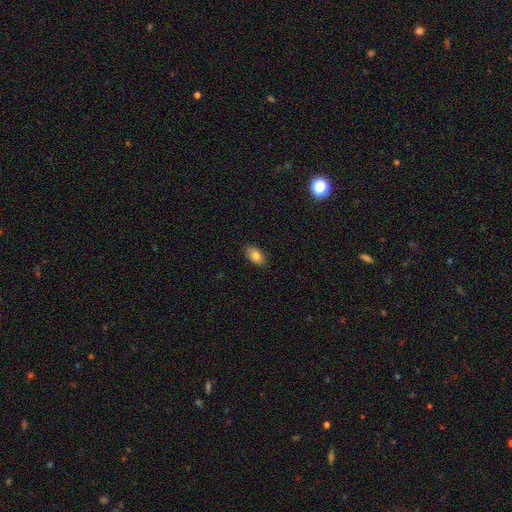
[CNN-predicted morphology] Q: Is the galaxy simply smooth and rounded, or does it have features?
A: smooth — 83%.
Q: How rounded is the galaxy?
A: in between — 91%.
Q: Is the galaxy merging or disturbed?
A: none — 87%.